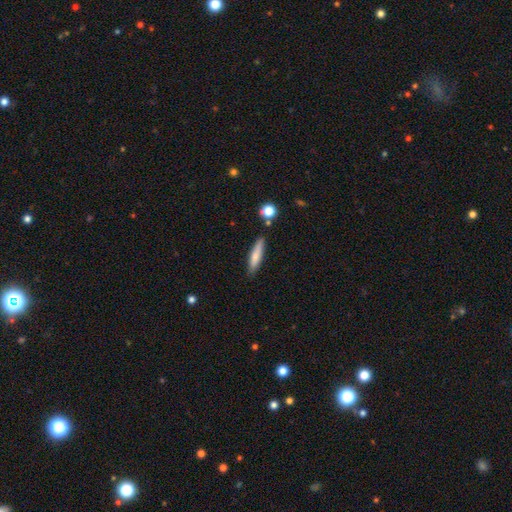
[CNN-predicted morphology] Smooth or featured?
  - smooth: 74% *
  - featured or disk: 20%
  - star or artifact: 7%
How rounded?
  - cigar-shaped: 83% *
  - in between: 15%
  - round: 2%
Merging?
  - none: 80% *
  - minor disturbance: 13%
  - merger: 4%
  - major disturbance: 3%